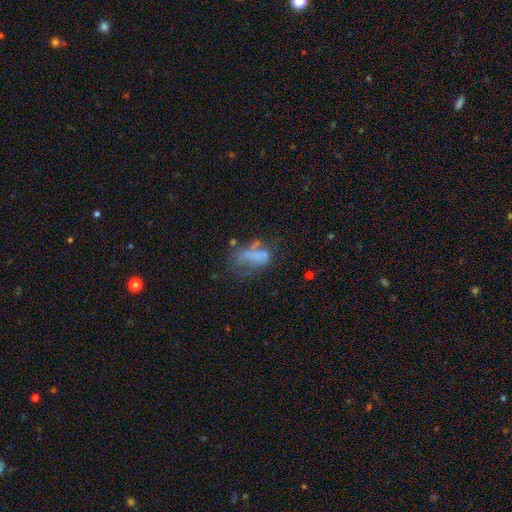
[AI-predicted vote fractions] smooth 47%, featured or disk 37%, star or artifact 16%. Down the decision tree: merging — major disturbance (38%).